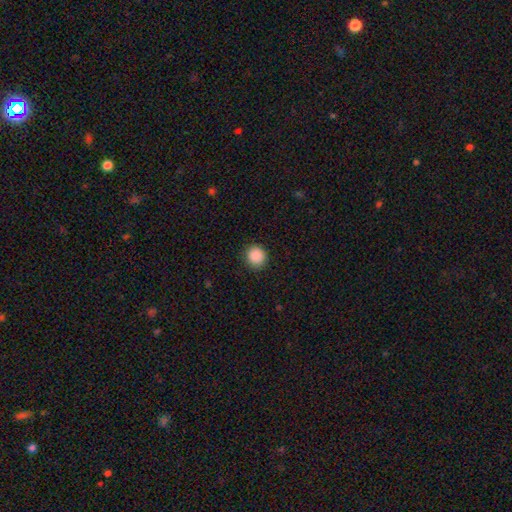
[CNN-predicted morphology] A smooth galaxy with no disk features (88%) that is round (91%).

Vote fractions:
- Smooth or featured? smooth: 88% / star or artifact: 9% / featured or disk: 3%
- How rounded? round: 91% / in between: 8% / cigar-shaped: 1%
- Merging? none: 90% / minor disturbance: 7% / major disturbance: 2% / merger: 1%